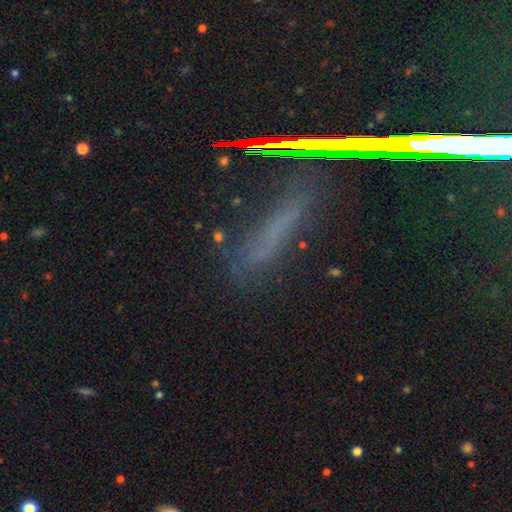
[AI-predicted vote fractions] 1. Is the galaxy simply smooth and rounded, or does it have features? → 42% smooth, 32% star or artifact, 26% featured or disk.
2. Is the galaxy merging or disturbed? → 61% none, 22% minor disturbance, 13% major disturbance, 4% merger.